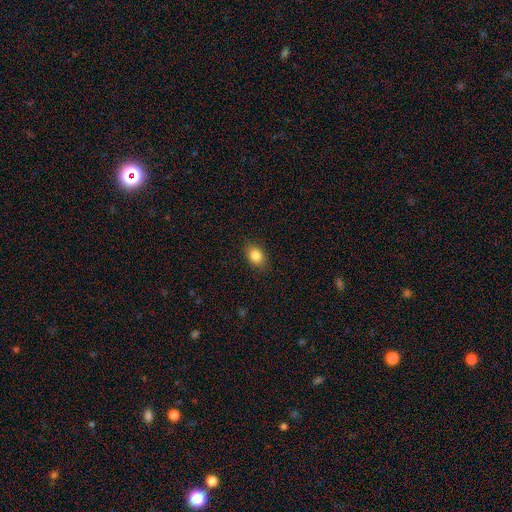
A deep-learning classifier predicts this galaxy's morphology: Smooth or featured? Predicted: smooth (p=0.85). How rounded? Predicted: in between (p=0.72). Merging? Predicted: none (p=0.87).